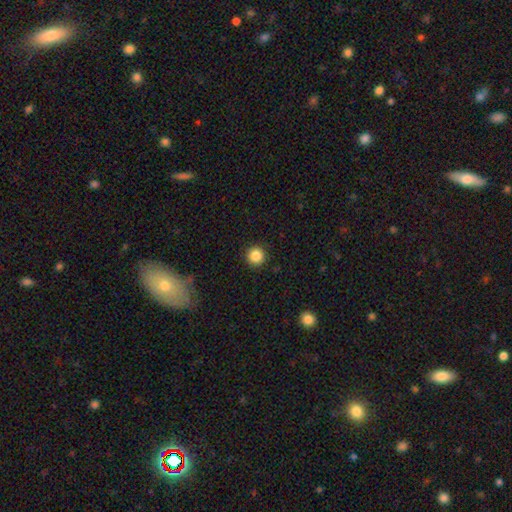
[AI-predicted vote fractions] A smooth galaxy with no disk features (86%) that is round (95%).

Vote fractions:
- Smooth or featured? smooth: 86% / star or artifact: 10% / featured or disk: 4%
- How rounded? round: 95% / in between: 4% / cigar-shaped: 1%
- Merging? none: 92% / minor disturbance: 5% / major disturbance: 2% / merger: 1%